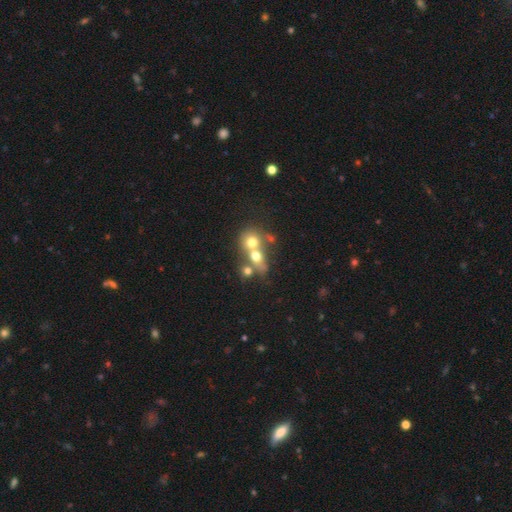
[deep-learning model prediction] Smooth or featured? smooth (62%)
How rounded? round (65%)
Merging? merger (63%)